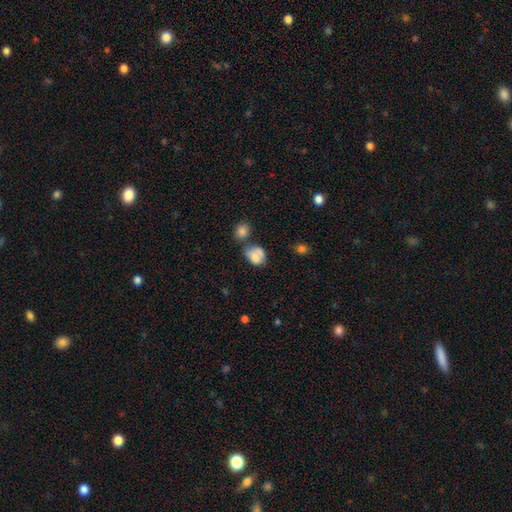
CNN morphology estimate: A smooth galaxy with no disk features (71%) that is in between round and cigar-shaped (63%). Merging: merger (33%).